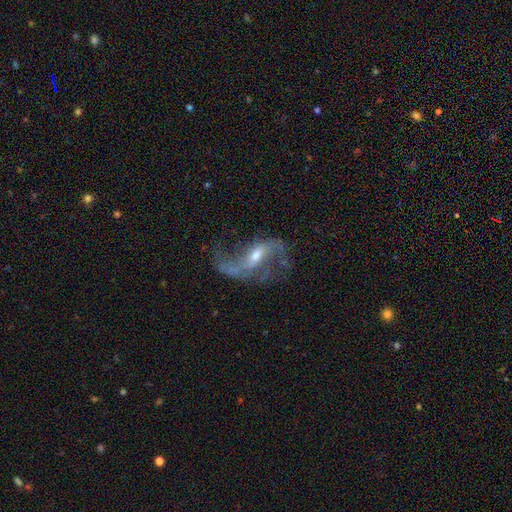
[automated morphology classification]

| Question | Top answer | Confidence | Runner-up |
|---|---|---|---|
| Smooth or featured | featured or disk | 84% | star or artifact (10%) |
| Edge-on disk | no | 94% | yes (6%) |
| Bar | weak | 41% | strong (31%) |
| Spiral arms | yes | 94% | no (6%) |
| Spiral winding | loose | 69% | medium (24%) |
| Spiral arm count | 2 | 80% | 1 (6%) |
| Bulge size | moderate | 52% | small (40%) |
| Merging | none | 60% | major disturbance (21%) |